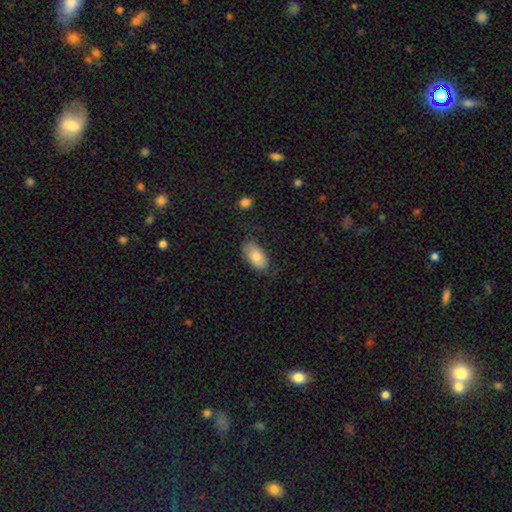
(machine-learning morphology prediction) This is likely a smooth galaxy (79%). How rounded: clearly in between (94%). Merging: likely none (73%).